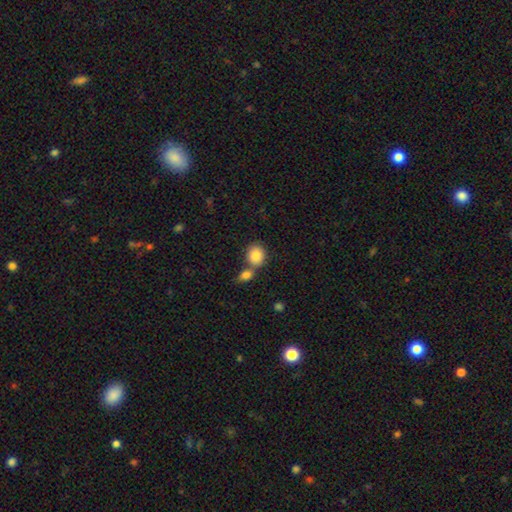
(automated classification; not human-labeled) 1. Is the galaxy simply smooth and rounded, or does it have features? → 85% smooth, 8% star or artifact, 7% featured or disk.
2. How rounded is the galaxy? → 61% round, 38% in between, 1% cigar-shaped.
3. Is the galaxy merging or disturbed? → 48% none, 40% merger, 9% minor disturbance, 3% major disturbance.